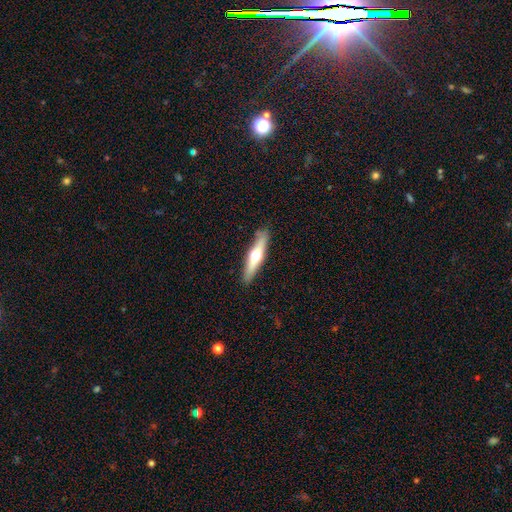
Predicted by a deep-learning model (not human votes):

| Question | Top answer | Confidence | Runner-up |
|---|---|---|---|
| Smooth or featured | featured or disk | 52% | smooth (42%) |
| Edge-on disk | yes | 92% | no (8%) |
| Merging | none | 87% | minor disturbance (10%) |